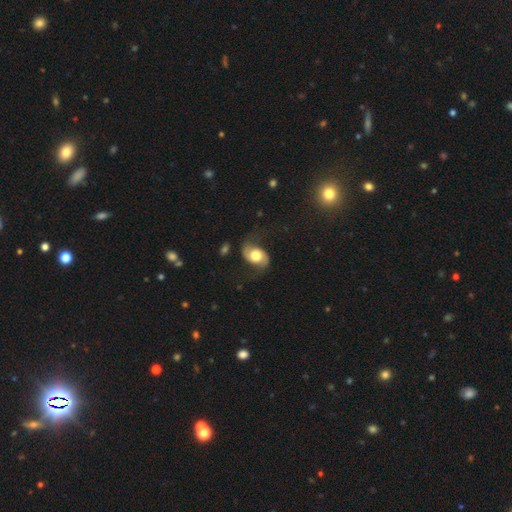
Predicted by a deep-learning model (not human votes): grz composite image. It shows a featured or disk galaxy (68%) with no bar (68%), 2 (92%) loose (54%) spiral arms (90%) and a moderate central bulge (53%). Merging: none (66%).